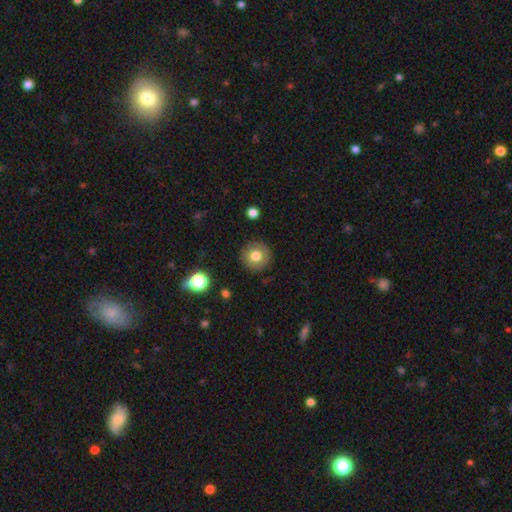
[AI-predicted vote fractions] Overall: smooth (76%). How rounded: round (95%). Merging: none (89%).